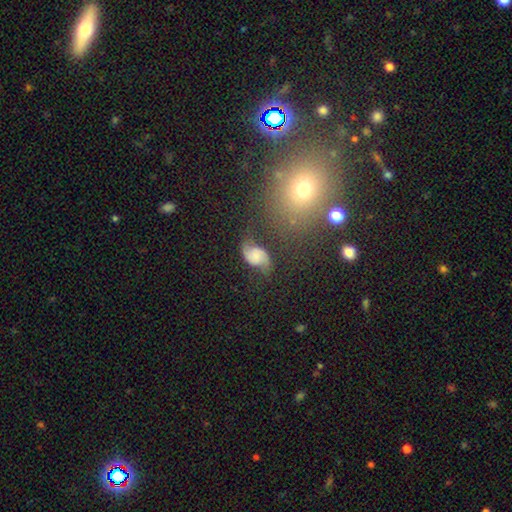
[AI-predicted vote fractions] featured or disk 69%, smooth 22%, star or artifact 9%. Down the decision tree: edge-on disk — no (97%); bar — no (59%); spiral arms — yes (93%); spiral arm count — 2 (91%); spiral winding — loose (59%); bulge size — small (37%); merging — none (57%).